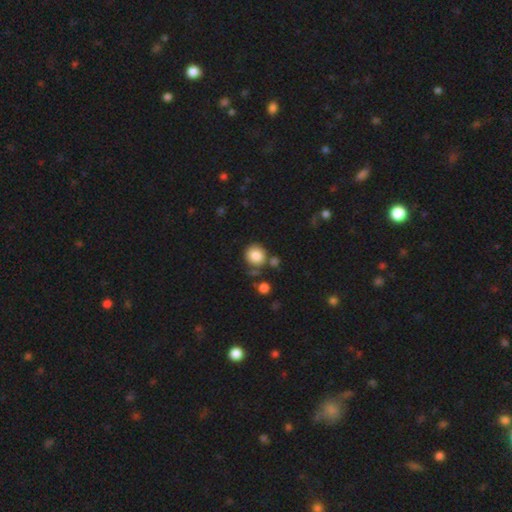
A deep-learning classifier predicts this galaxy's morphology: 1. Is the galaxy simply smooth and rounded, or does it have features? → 85% smooth, 9% star or artifact, 6% featured or disk.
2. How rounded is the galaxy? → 86% round, 13% in between, 1% cigar-shaped.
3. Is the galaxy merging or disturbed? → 69% none, 15% minor disturbance, 11% merger, 5% major disturbance.